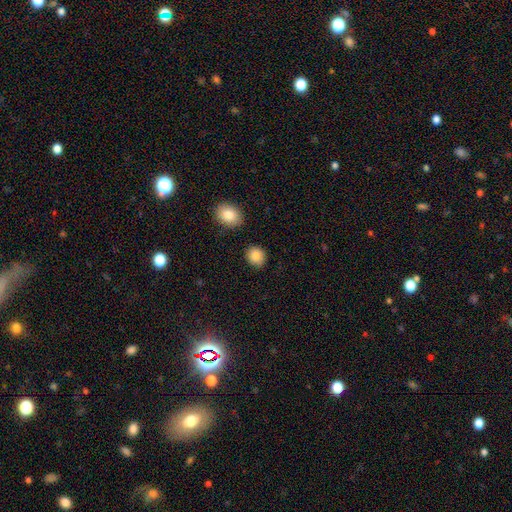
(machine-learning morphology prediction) A smooth galaxy with no disk features (87%) that is round (74%). Merging: none (86%).